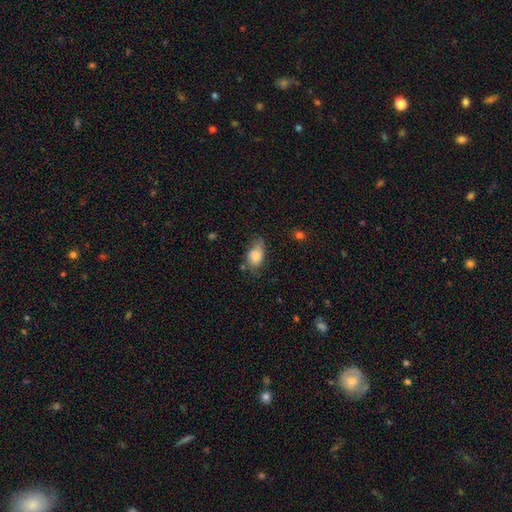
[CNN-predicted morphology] Smooth or featured? Predicted: smooth (p=0.74). How rounded? Predicted: in between (p=0.81). Merging? Predicted: none (p=0.44).